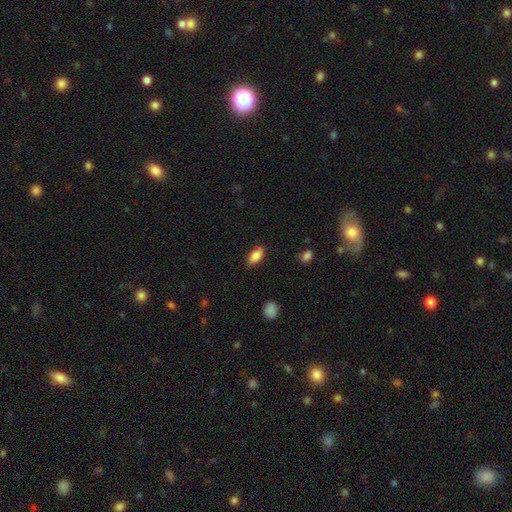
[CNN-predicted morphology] Smooth or featured?
  - smooth: 85% *
  - star or artifact: 8%
  - featured or disk: 7%
How rounded?
  - in between: 91% *
  - cigar-shaped: 5%
  - round: 5%
Merging?
  - none: 81% *
  - minor disturbance: 15%
  - major disturbance: 3%
  - merger: 2%